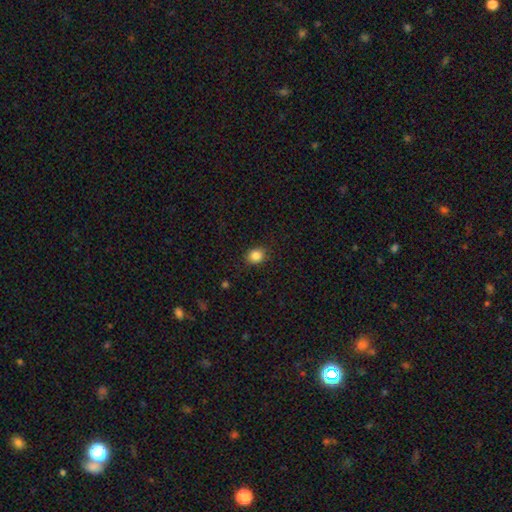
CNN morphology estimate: type=smooth (86%); roundness=round (70%); merging=none (86%).